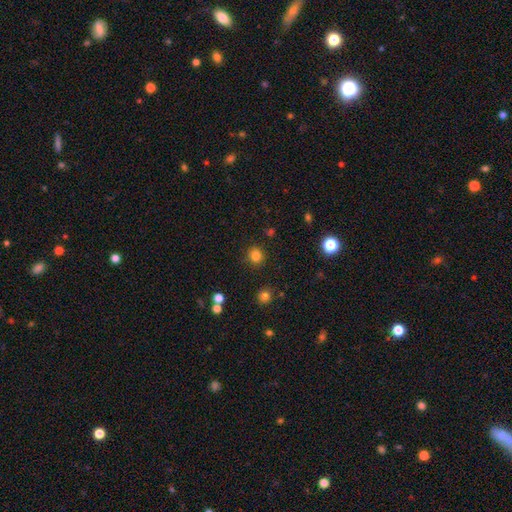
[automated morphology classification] This is clearly a smooth galaxy (82%). How rounded: clearly round (91%). Merging: clearly none (89%).